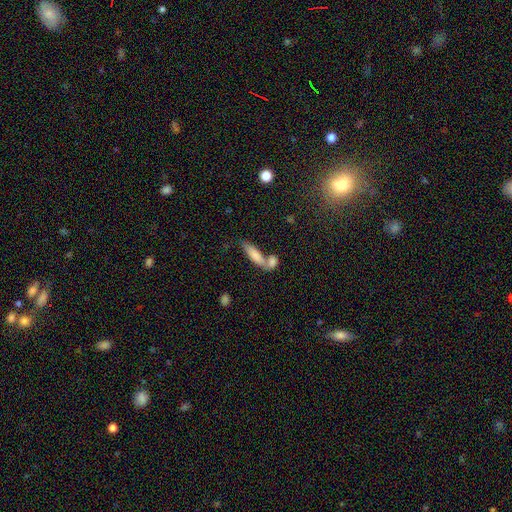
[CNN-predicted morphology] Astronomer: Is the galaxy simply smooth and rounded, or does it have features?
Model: smooth — 77%.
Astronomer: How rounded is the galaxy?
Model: cigar-shaped — 54% (runner-up: in between, 44%).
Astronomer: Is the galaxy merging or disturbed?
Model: merger — 49% (runner-up: none, 36%).